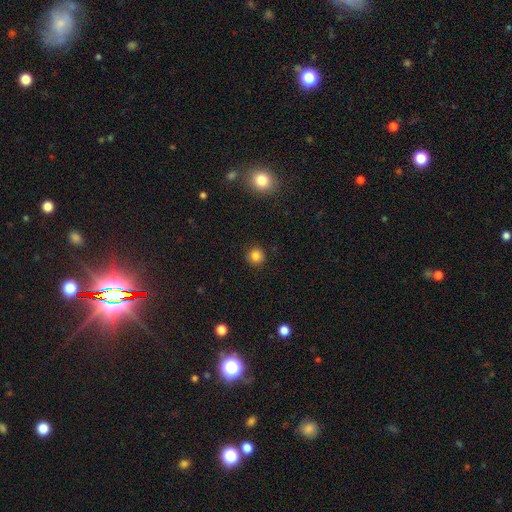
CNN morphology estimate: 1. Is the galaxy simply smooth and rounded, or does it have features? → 83% smooth, 12% star or artifact, 5% featured or disk.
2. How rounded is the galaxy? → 93% round, 6% in between, 1% cigar-shaped.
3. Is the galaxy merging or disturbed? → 90% none, 7% minor disturbance, 2% major disturbance, 1% merger.